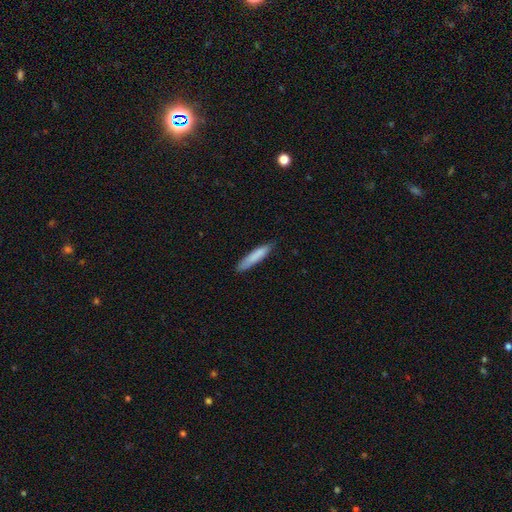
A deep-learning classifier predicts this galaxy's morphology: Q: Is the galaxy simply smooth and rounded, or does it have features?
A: smooth — 82%.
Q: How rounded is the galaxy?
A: cigar-shaped — 87%.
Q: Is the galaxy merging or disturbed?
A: none — 82%.